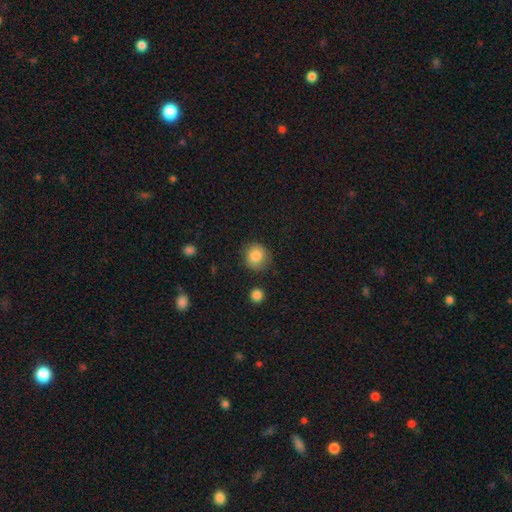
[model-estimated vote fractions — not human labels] This is clearly a smooth galaxy (85%). How rounded: clearly round (89%). Merging: clearly none (83%).